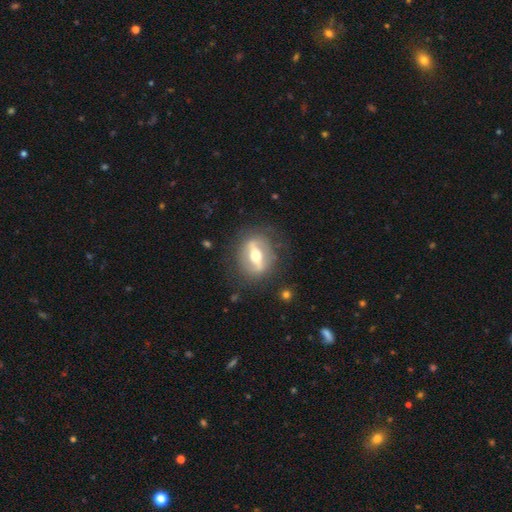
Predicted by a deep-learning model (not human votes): A featured or disk galaxy (76%) with a strong bar (77%), no spiral arms (71%) and a moderate central bulge (70%).

Vote fractions:
- Smooth or featured? featured or disk: 76% / smooth: 18% / star or artifact: 6%
- Edge-on disk? no: 67% / yes: 33%
- Bar? strong: 77% / weak: 15% / no: 8%
- Spiral arms? no: 71% / yes: 29%
- Bulge size? moderate: 70% / large: 18% / small: 10% / dominant: 2% / none: 1%
- Merging? none: 79% / minor disturbance: 12% / major disturbance: 7% / merger: 1%